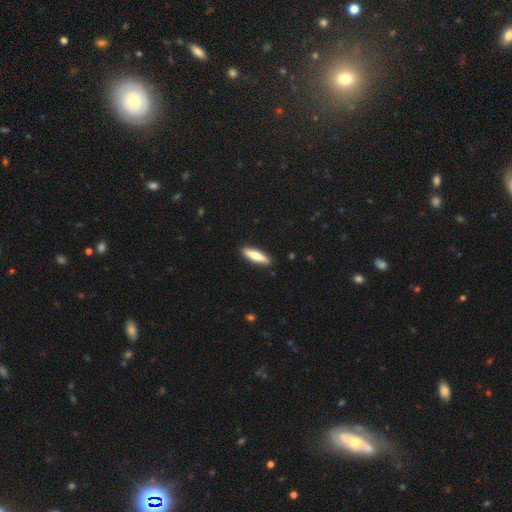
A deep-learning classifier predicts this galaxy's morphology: smooth 73%, featured or disk 21%, star or artifact 5%. Down the decision tree: how rounded — cigar-shaped (67%); merging — none (89%).